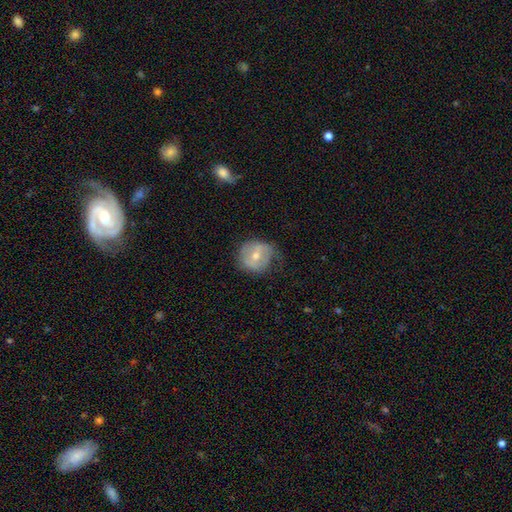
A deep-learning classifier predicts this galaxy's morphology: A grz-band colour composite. It shows a smooth galaxy with no disk features (49%). Merging: none (58%).